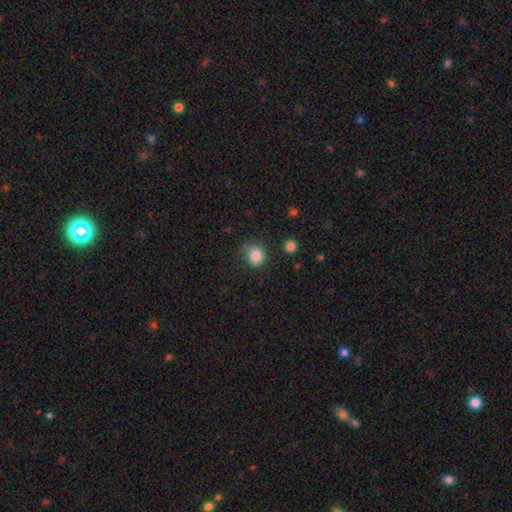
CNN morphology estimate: Q: Smooth or featured?
A: smooth (84%); runner-up: star or artifact (10%)
Q: How rounded?
A: round (75%); runner-up: in between (25%)
Q: Merging?
A: none (60%); runner-up: minor disturbance (29%)